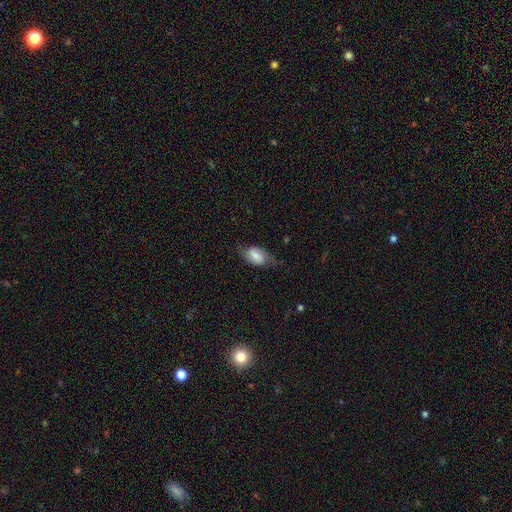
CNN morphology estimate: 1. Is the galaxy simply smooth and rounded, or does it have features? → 59% smooth, 33% featured or disk, 8% star or artifact.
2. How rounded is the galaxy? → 89% in between, 9% round, 3% cigar-shaped.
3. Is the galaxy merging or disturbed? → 56% none, 29% minor disturbance, 13% major disturbance, 2% merger.